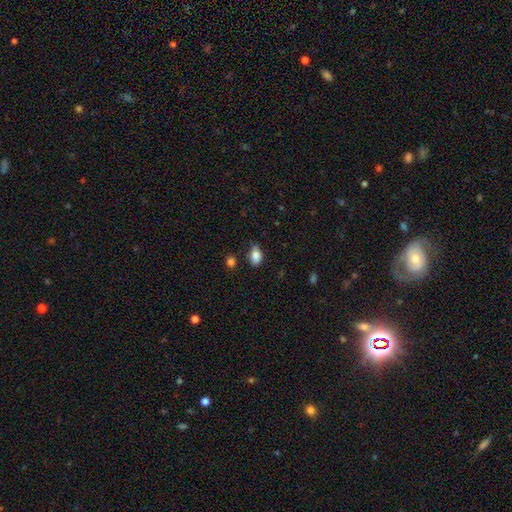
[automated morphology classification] Smooth or featured: smooth — 85% (star or artifact — 9%)
How rounded: in between — 83% (round — 15%)
Merging: none — 62% (minor disturbance — 29%)